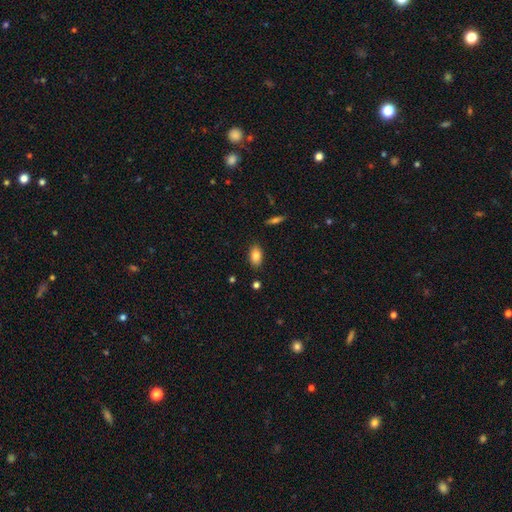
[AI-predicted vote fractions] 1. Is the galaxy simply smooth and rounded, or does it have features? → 84% smooth, 9% featured or disk, 8% star or artifact.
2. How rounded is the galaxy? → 91% in between, 6% round, 3% cigar-shaped.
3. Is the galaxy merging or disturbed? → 86% none, 10% minor disturbance, 2% major disturbance, 2% merger.